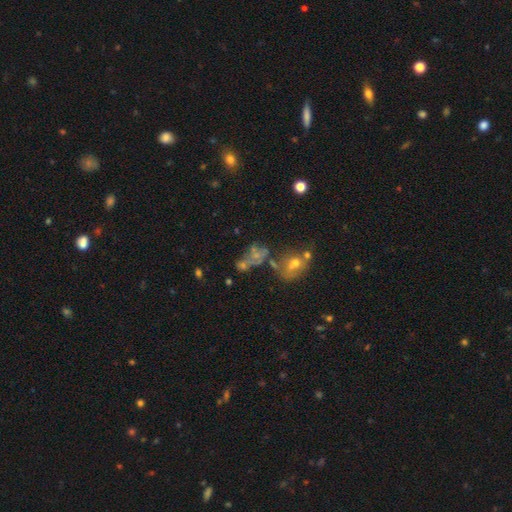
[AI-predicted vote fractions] smooth_or_featured: smooth (p=0.40) [alt: featured or disk p=0.36]
merging: merger (p=0.39) [alt: none p=0.26]